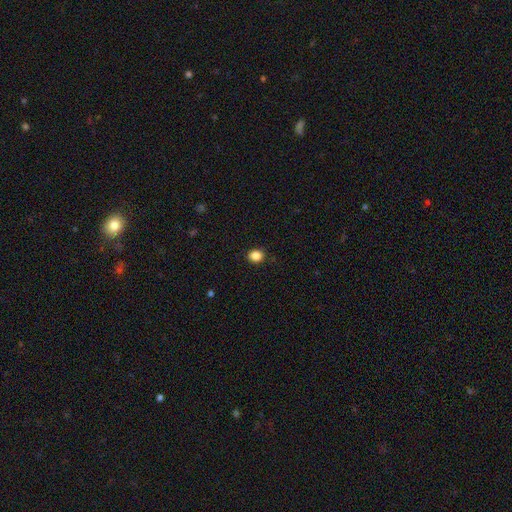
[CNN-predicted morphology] The model was most divided on "how rounded": round: 73%, in between: 27%, cigar-shaped: 1%. More confident: merging — none (90%); smooth or featured — smooth (86%).